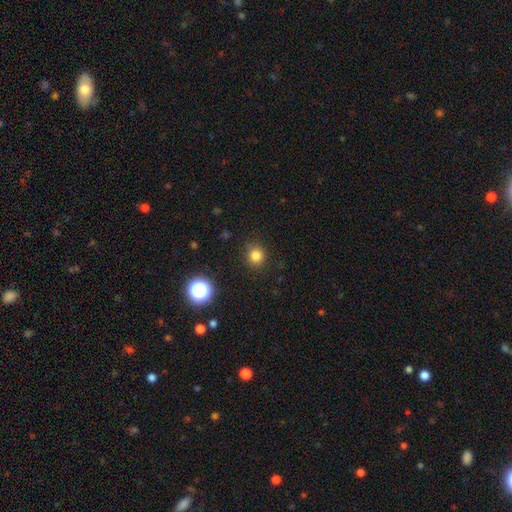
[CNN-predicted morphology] Smooth or featured: smooth — 81% (star or artifact — 14%)
How rounded: round — 91% (in between — 8%)
Merging: none — 88% (minor disturbance — 8%)